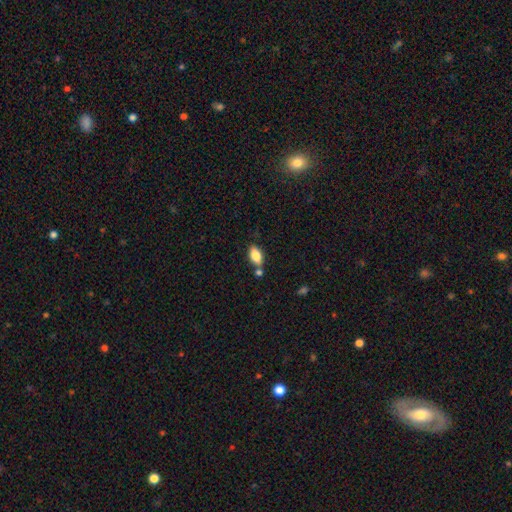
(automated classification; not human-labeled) This appears to be a smooth galaxy with no disk features (83%) that is in between round and cigar-shaped (91%). Merging: none (65%).